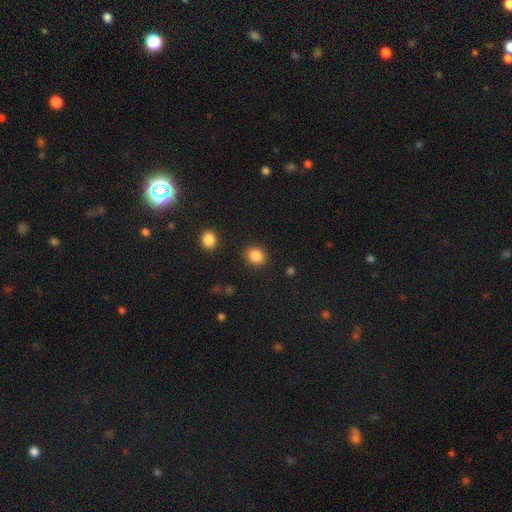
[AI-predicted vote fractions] This appears to be a smooth galaxy with no disk features (86%) that is in between round and cigar-shaped (50%). Merging: none (87%).